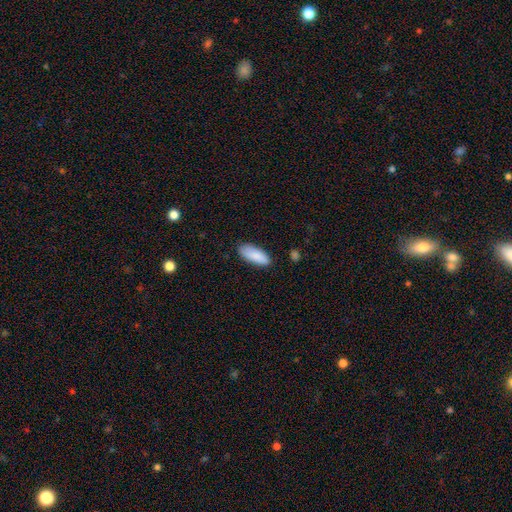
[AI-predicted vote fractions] This is clearly a smooth galaxy (87%). How rounded: likely in between (76%). Merging: clearly none (81%).